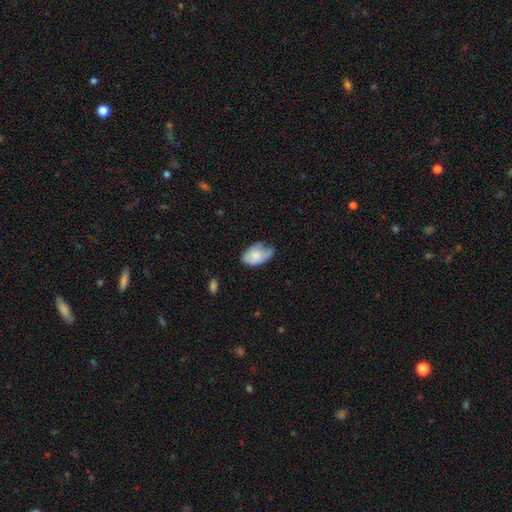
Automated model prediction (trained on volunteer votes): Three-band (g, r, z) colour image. It shows a smooth galaxy with no disk features (71%) that is in between round and cigar-shaped (91%). Merging: minor disturbance (44%).